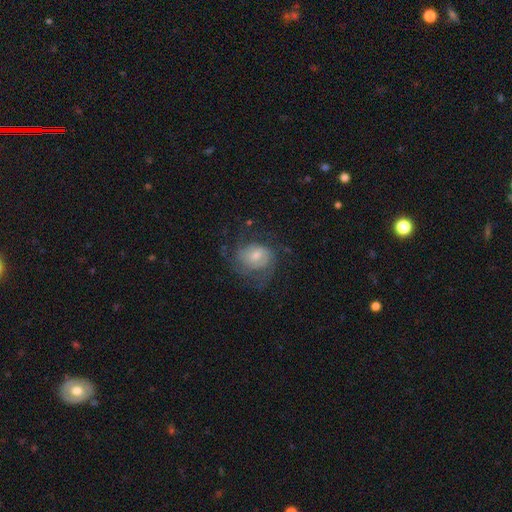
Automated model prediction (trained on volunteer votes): Overall: featured or disk (66%; smooth 26%). Edge-on disk: no (98%). Bar: no (58%; weak 36%). Spiral arms: yes (86%). Spiral arm count: can't tell (35%; 2 33%). Spiral winding: medium (43%; tight 37%). Bulge size: small (44%; moderate 43%). Merging: none (55%; major disturbance 23%).